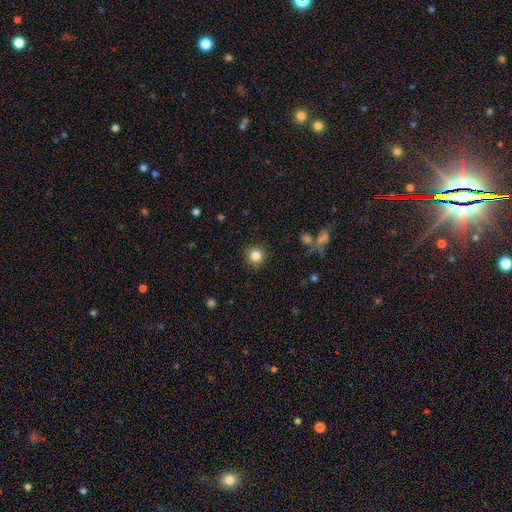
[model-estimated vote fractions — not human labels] smooth 84%, star or artifact 11%, featured or disk 5%. Down the decision tree: how rounded — round (94%); merging — none (90%).